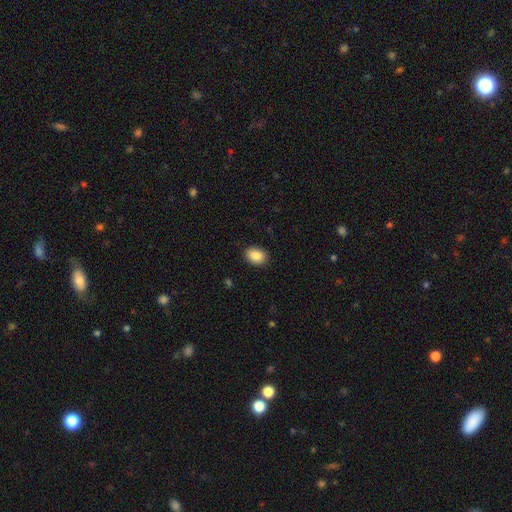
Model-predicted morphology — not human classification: Overall: smooth (87%). How rounded: in between (73%). Merging: none (89%).